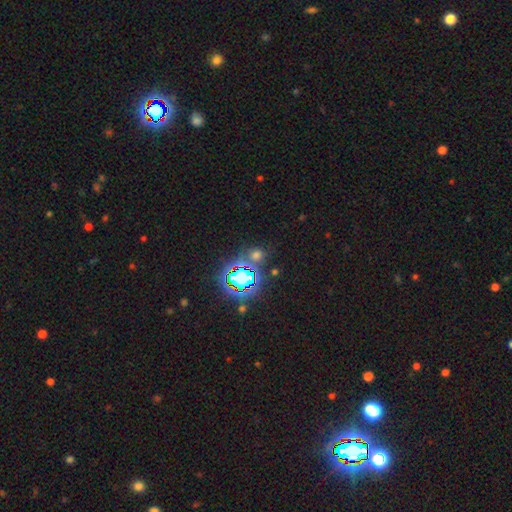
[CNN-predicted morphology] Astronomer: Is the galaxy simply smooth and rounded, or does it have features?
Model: star or artifact — 49% (runner-up: smooth, 43%).